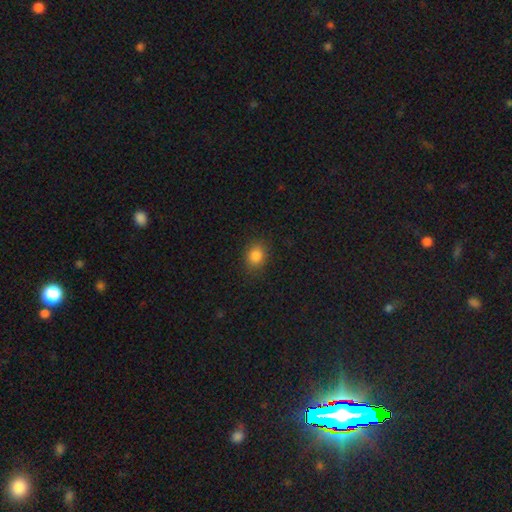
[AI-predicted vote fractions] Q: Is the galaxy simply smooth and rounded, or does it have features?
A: smooth — 85%.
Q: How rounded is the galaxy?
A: round — 54%.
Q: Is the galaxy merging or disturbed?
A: none — 85%.